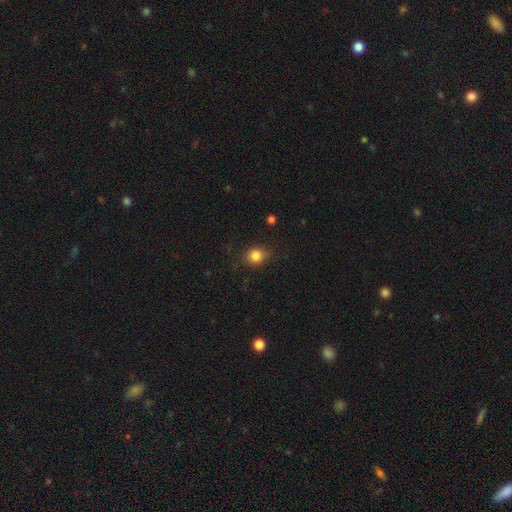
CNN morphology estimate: Smooth or featured? smooth (83%)
How rounded? round (66%)
Merging? none (79%)